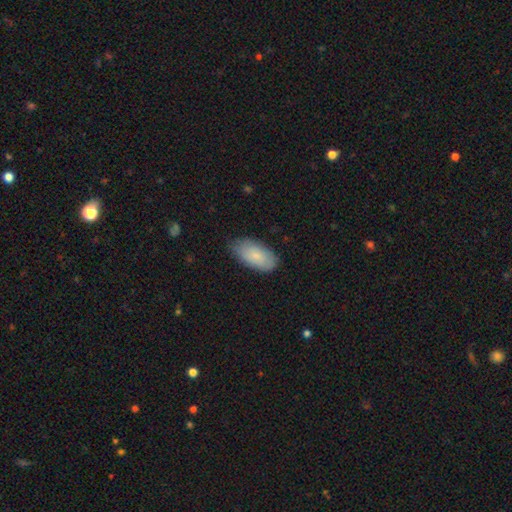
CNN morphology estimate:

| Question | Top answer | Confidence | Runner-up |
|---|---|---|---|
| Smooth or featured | smooth | 80% | featured or disk (14%) |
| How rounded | in between | 93% | cigar-shaped (4%) |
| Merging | none | 73% | minor disturbance (22%) |